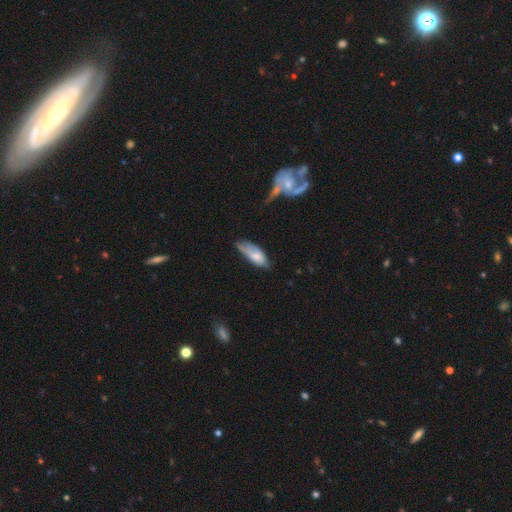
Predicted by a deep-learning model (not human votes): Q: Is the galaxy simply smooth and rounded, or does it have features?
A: smooth — 68%.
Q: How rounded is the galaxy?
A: in between — 78%.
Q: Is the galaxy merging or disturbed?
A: minor disturbance — 41%.